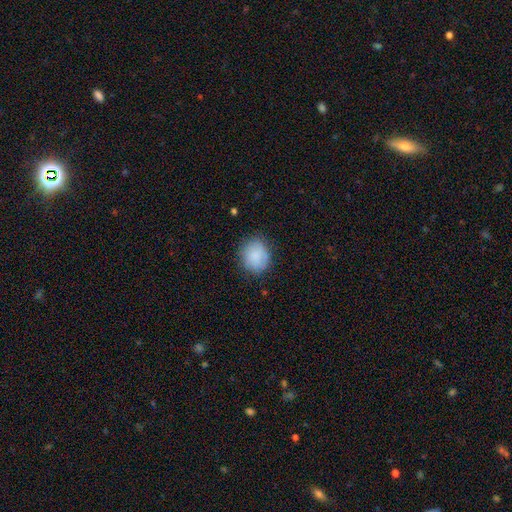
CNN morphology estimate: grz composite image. It shows a smooth galaxy with no disk features (84%) that is round (69%). Merging: none (78%).